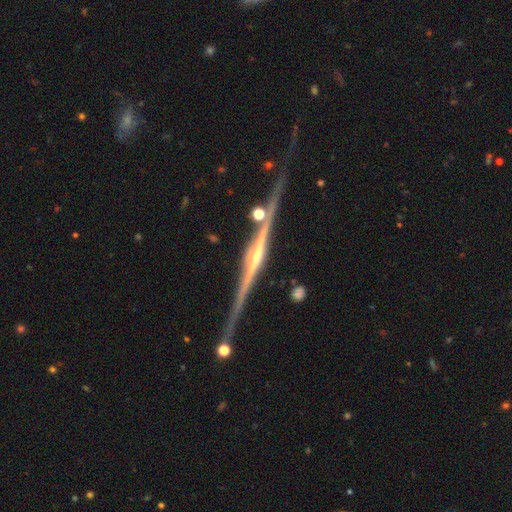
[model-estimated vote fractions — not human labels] This is clearly a featured or disk galaxy (89%). It is clearly viewed edge-on (98%). Edge-on bulge: clearly rounded (80%). Merging: likely none (79%).